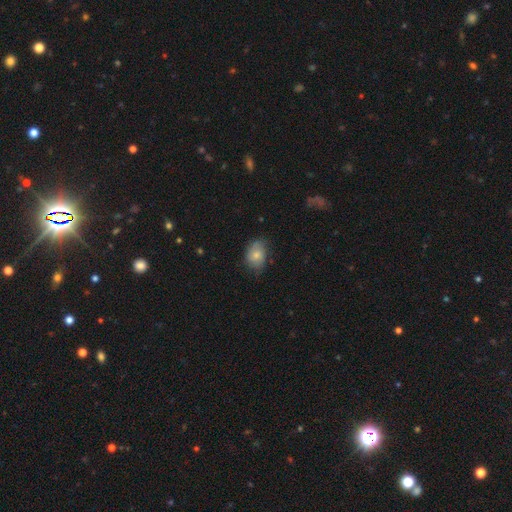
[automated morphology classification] The model was most divided on "merging": none: 66%, minor disturbance: 26%, major disturbance: 6%, merger: 1%. More confident: smooth or featured — smooth (71%); how rounded — in between (70%).